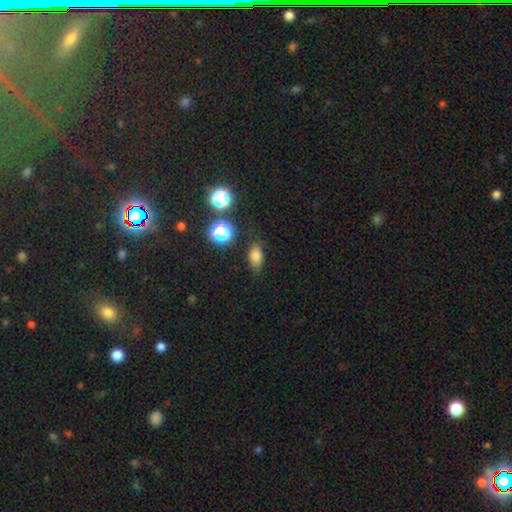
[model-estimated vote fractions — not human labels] Morphology: type=smooth (76%); roundness=in between (81%); merging=none (79%).